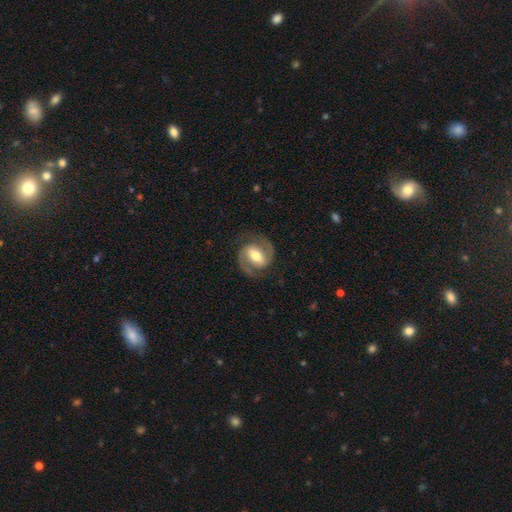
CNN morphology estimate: This is clearly a featured or disk galaxy (88%). It is clearly not viewed edge-on (98%). Bar: possibly strong (49%). Spiral arm pattern: clearly yes (97%). Spiral arm count: clearly 2 (93%). Spiral winding: possibly medium (57%). Central bulge: likely moderate (66%). Merging: clearly none (81%).